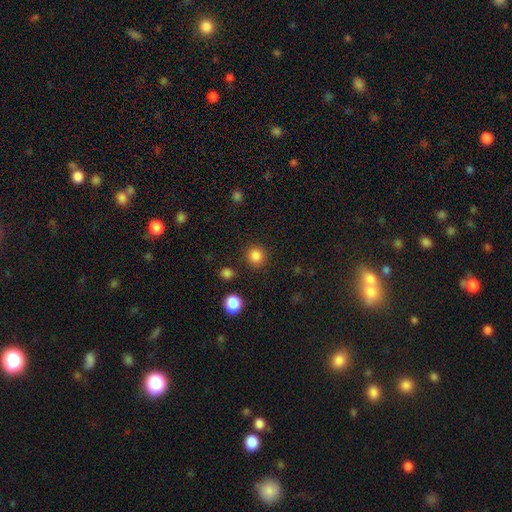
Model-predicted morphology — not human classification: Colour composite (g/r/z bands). It shows a smooth galaxy with no disk features (85%) that is round (92%). Merging: none (89%).